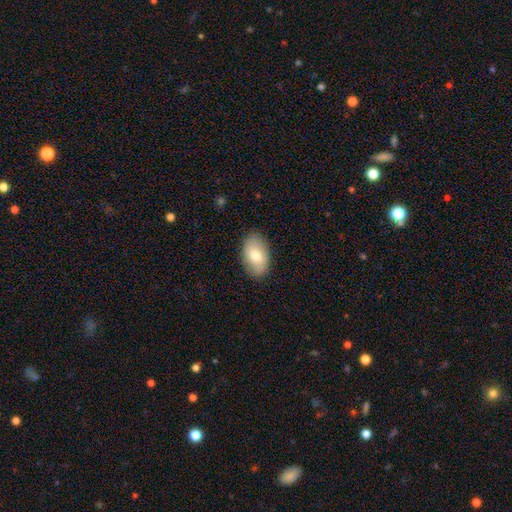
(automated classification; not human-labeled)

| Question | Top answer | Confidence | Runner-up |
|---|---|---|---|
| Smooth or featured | smooth | 75% | featured or disk (18%) |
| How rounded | in between | 91% | round (7%) |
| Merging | none | 86% | minor disturbance (10%) |